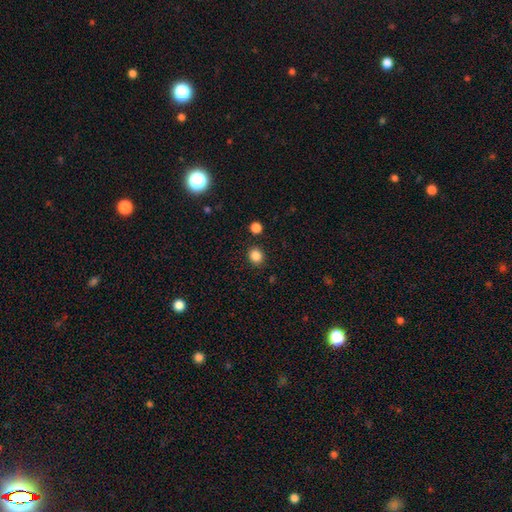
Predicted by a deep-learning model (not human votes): Overall: smooth (85%). How rounded: round (73%). Merging: none (87%).